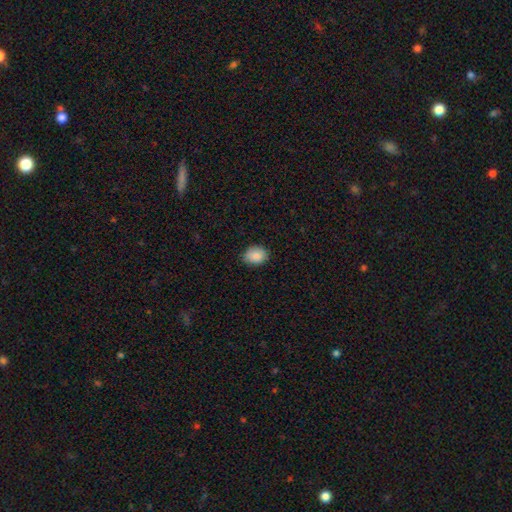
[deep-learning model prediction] A smooth galaxy with no disk features (88%) that is in between round and cigar-shaped (54%). Merging: none (83%).